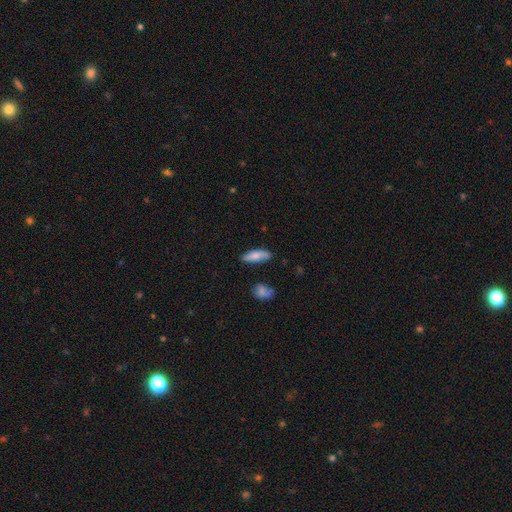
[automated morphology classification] Smooth or featured?
  - smooth: 76% *
  - featured or disk: 18%
  - star or artifact: 6%
How rounded?
  - in between: 62% *
  - cigar-shaped: 36%
  - round: 2%
Merging?
  - none: 75% *
  - minor disturbance: 19%
  - major disturbance: 3%
  - merger: 3%